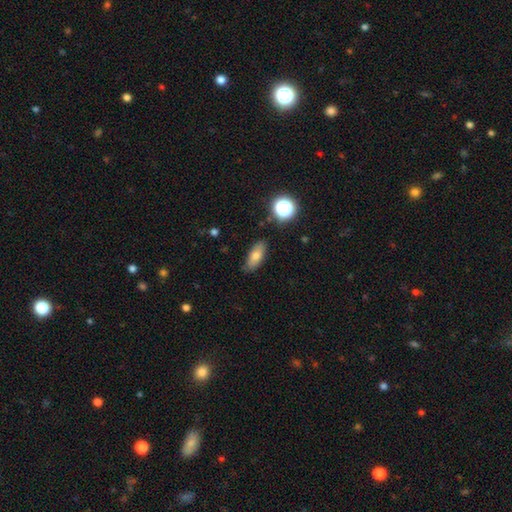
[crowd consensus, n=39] A smooth galaxy with no disk features (72%) that is in between round and cigar-shaped (61%). Merging: none (80%).